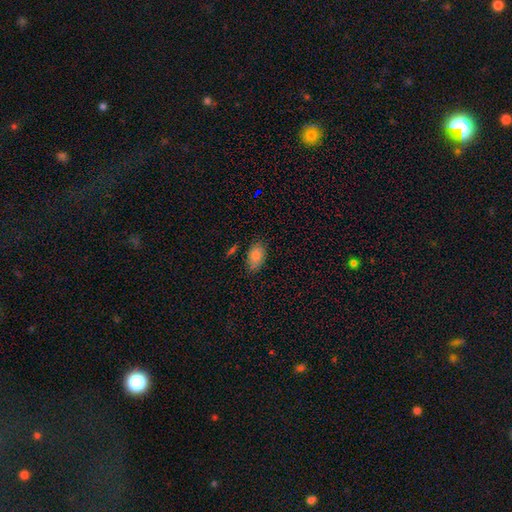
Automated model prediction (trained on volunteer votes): The model was most divided on "merging": none: 77%, minor disturbance: 17%, major disturbance: 4%, merger: 2%. More confident: how rounded — in between (90%); smooth or featured — smooth (84%).